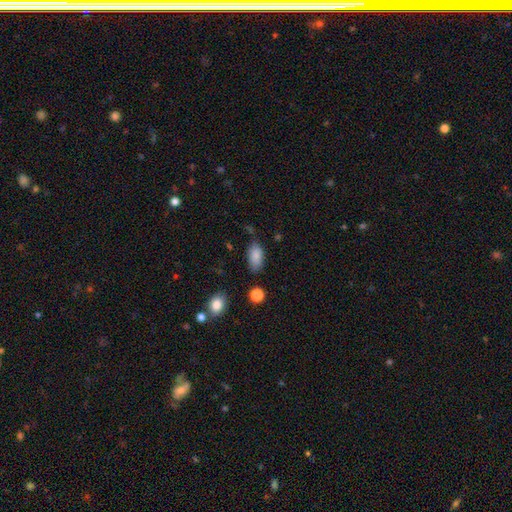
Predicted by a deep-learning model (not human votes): A smooth galaxy with no disk features (86%) that is in between round and cigar-shaped (92%). Merging: none (73%).